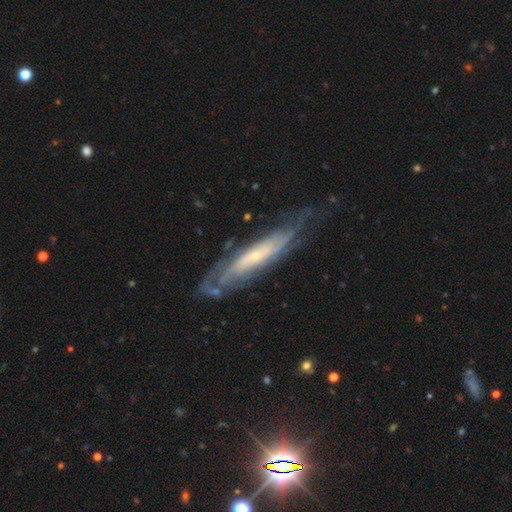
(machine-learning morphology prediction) Smooth or featured? Predicted: featured or disk (p=0.80). Edge-on disk? Predicted: no (p=0.68). Bar? Predicted: no (p=0.64). Spiral arms? Predicted: yes (p=0.91). Spiral winding? Predicted: tight (p=0.61). Spiral arm count? Predicted: can't tell (p=0.53). Bulge size? Predicted: small (p=0.76). Merging? Predicted: none (p=0.68).